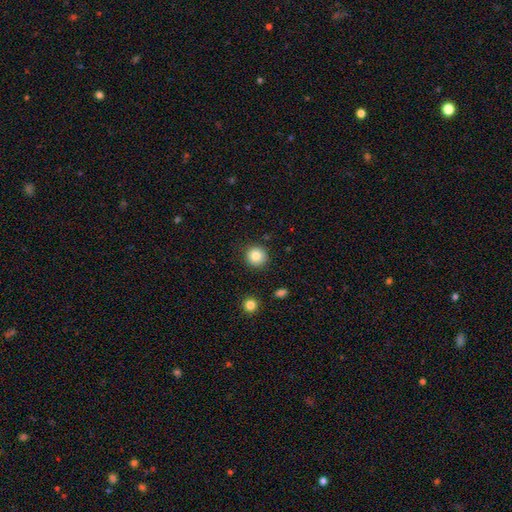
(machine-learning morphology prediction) Q: Smooth or featured?
A: smooth (84%); runner-up: star or artifact (10%)
Q: How rounded?
A: round (93%); runner-up: in between (6%)
Q: Merging?
A: none (89%); runner-up: minor disturbance (7%)